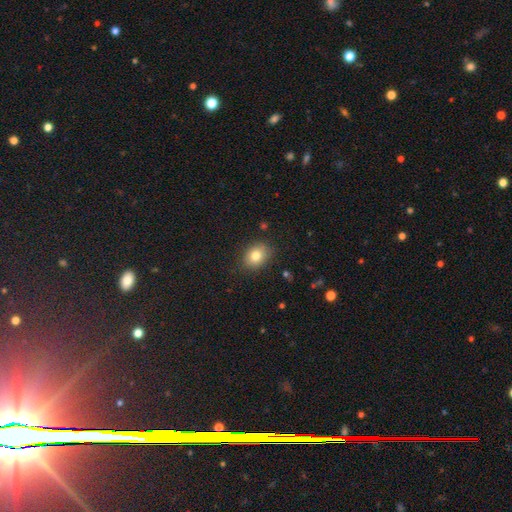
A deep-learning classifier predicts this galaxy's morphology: Smooth or featured? smooth (80%)
How rounded? in between (62%)
Merging? none (85%)